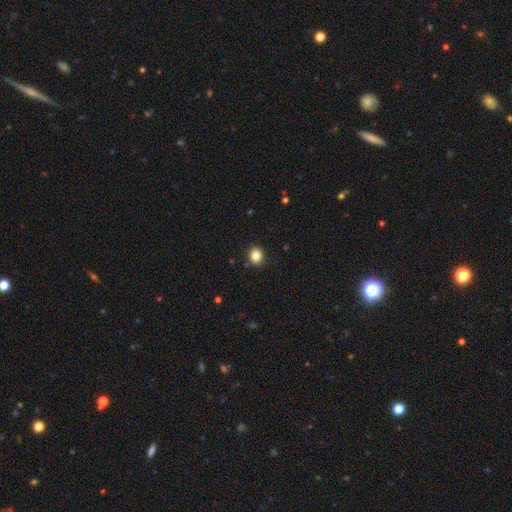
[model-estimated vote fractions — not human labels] Q: Smooth or featured?
A: smooth (84%); runner-up: star or artifact (11%)
Q: How rounded?
A: round (67%); runner-up: in between (32%)
Q: Merging?
A: none (89%); runner-up: minor disturbance (8%)